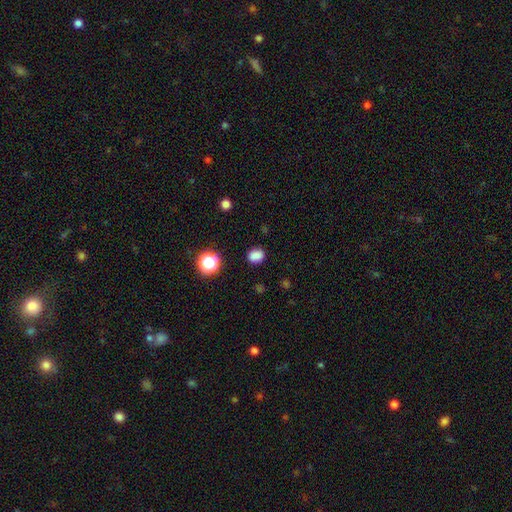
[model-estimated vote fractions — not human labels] Q: Smooth or featured?
A: smooth (83%); runner-up: star or artifact (14%)
Q: How rounded?
A: round (51%); runner-up: in between (48%)
Q: Merging?
A: none (86%); runner-up: minor disturbance (10%)